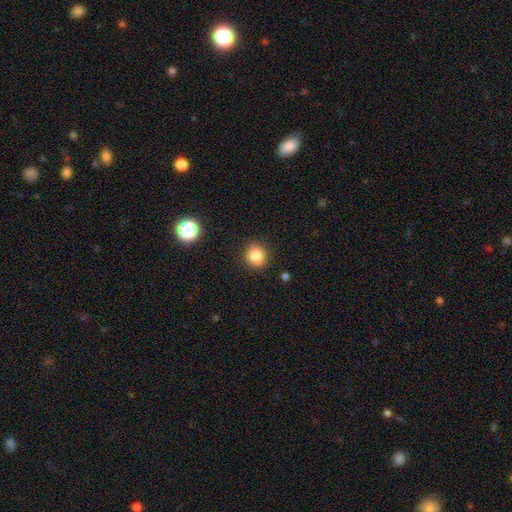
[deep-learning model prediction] Smooth or featured? smooth (83%)
How rounded? round (86%)
Merging? none (88%)